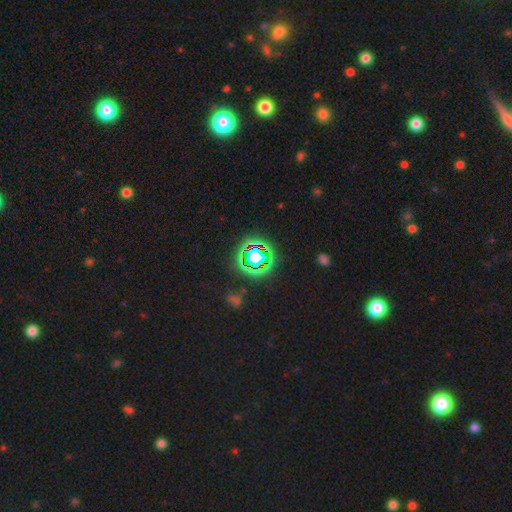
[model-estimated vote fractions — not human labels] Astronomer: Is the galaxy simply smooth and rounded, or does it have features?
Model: star or artifact — 72%.